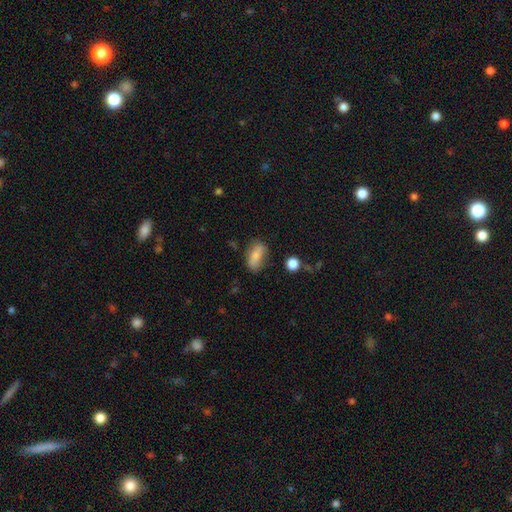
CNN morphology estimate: Smooth or featured? Predicted: smooth (p=0.76). How rounded? Predicted: in between (p=0.82). Merging? Predicted: none (p=0.69).